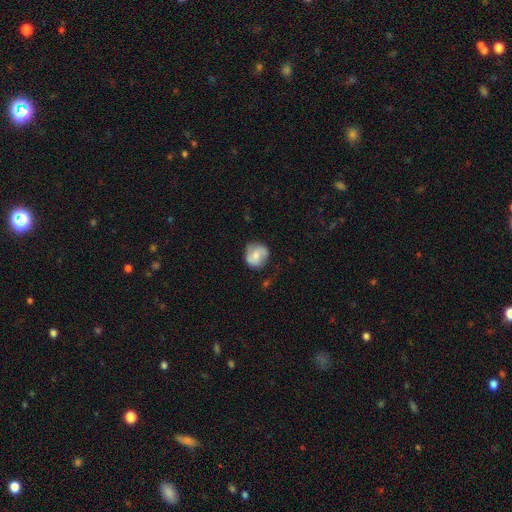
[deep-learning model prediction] The model was most divided on "bar": no: 45%, weak: 42%, strong: 13%. Remaining: edge-on disk — no (97%); spiral arms — yes (86%); merging — none (71%); smooth or featured — featured or disk (53%); bulge size — moderate (49%).